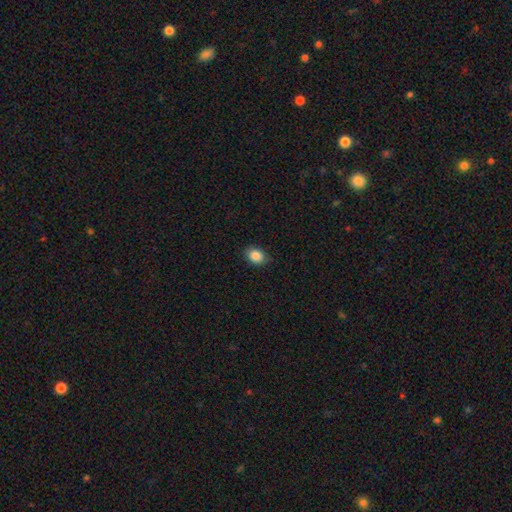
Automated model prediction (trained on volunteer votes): A smooth galaxy with no disk features (87%) that is in between round and cigar-shaped (67%). Merging: none (85%).